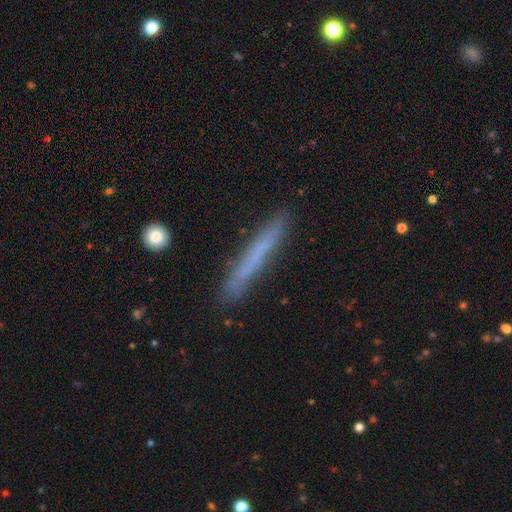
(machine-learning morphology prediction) Overall: smooth (62%; featured or disk 31%). How rounded: cigar-shaped (96%). Merging: none (87%).